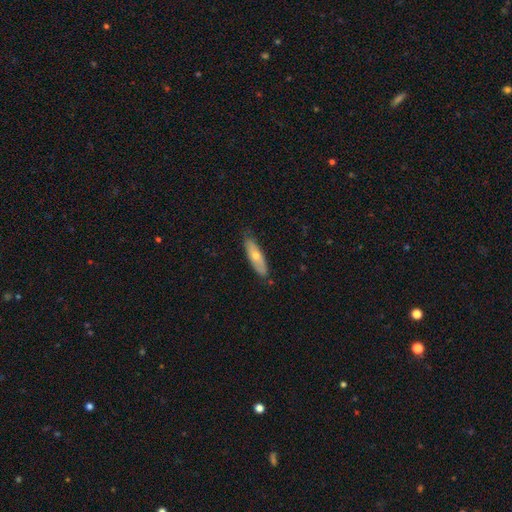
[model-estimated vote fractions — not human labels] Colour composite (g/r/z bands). It shows a smooth galaxy with no disk features (54%) that is cigar-shaped (64%). Merging: none (81%).